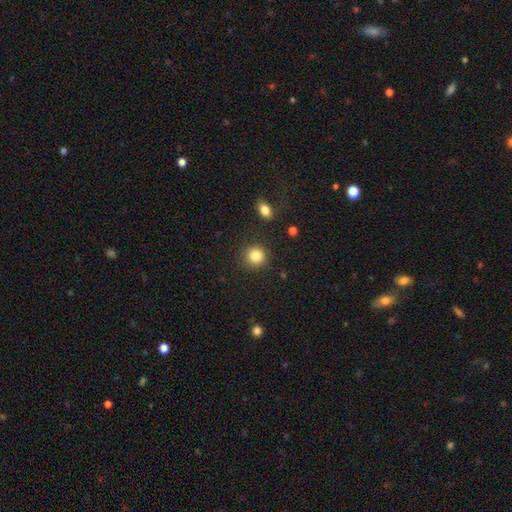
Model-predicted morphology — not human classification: The model was most divided on "smooth or featured": smooth: 85%, star or artifact: 10%, featured or disk: 5%. More confident: how rounded — round (90%); merging — none (88%).